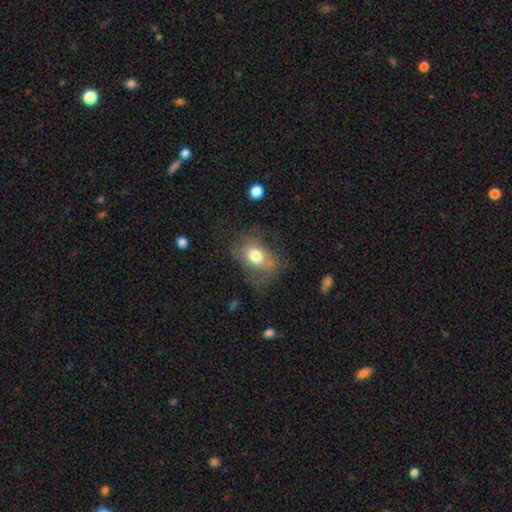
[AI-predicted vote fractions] Smooth or featured: smooth — 69% (featured or disk — 21%)
How rounded: in between — 71% (round — 28%)
Merging: none — 52% (minor disturbance — 25%)